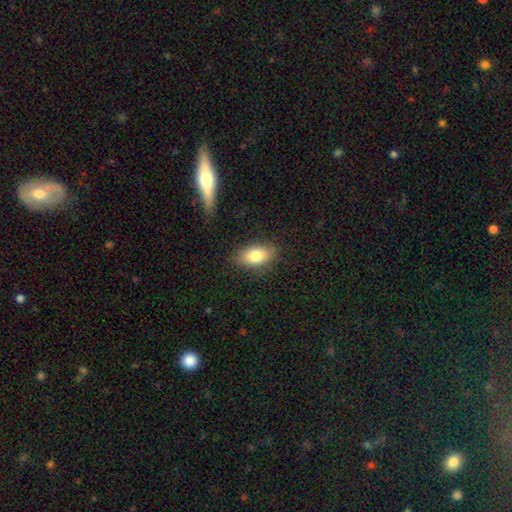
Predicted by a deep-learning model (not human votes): A smooth galaxy with no disk features (80%) that is in between round and cigar-shaped (89%).

Vote fractions:
- Smooth or featured? smooth: 80% / featured or disk: 12% / star or artifact: 8%
- How rounded? in between: 89% / round: 8% / cigar-shaped: 4%
- Merging? none: 84% / minor disturbance: 11% / major disturbance: 3% / merger: 1%